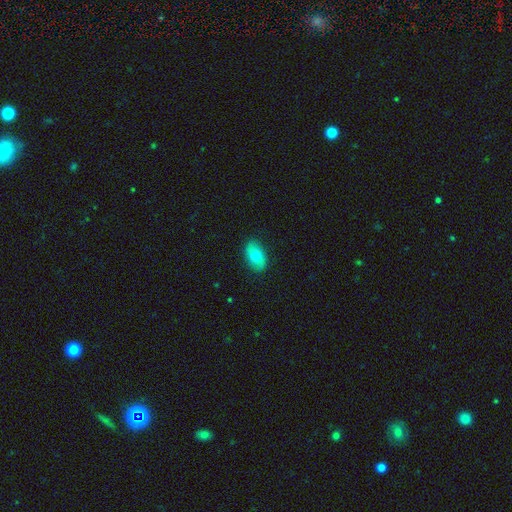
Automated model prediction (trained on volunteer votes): A smooth galaxy with no disk features (72%) that is in between round and cigar-shaped (91%). Merging: none (86%).